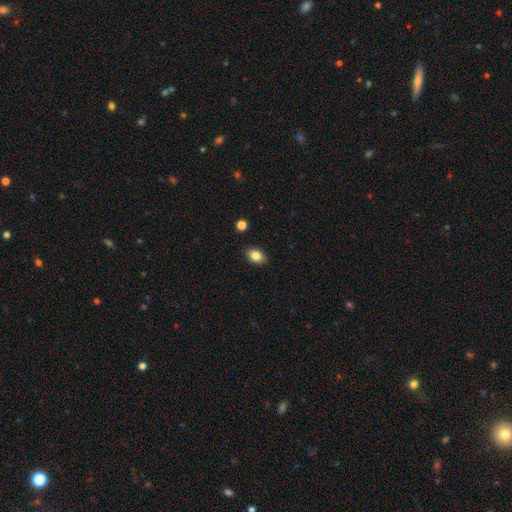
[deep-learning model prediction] smooth 84%, star or artifact 8%, featured or disk 8%. Down the decision tree: how rounded — in between (82%); merging — none (88%).